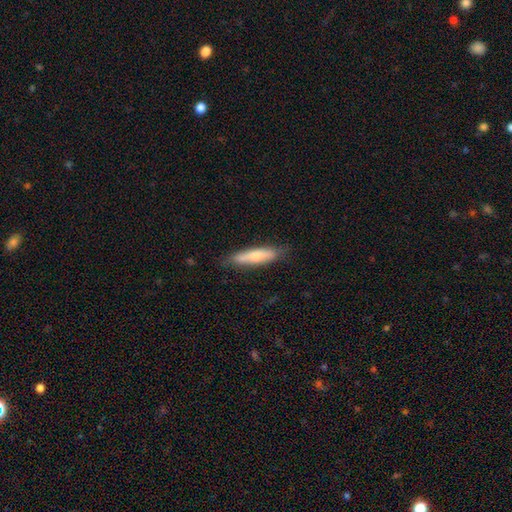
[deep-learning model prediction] Q: Smooth or featured?
A: smooth (64%); runner-up: featured or disk (30%)
Q: How rounded?
A: cigar-shaped (77%); runner-up: in between (21%)
Q: Merging?
A: none (81%); runner-up: minor disturbance (15%)